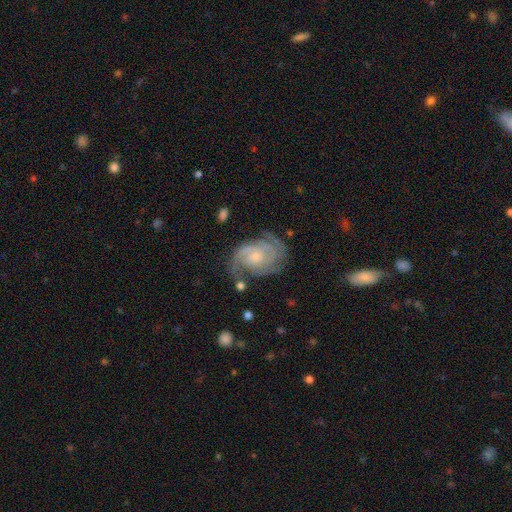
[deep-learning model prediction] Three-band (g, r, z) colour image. It shows a featured or disk galaxy (87%) with no bar (69%), 2 (33%) tight (57%) spiral arms (97%) and a small central bulge (54%). Merging: none (66%).